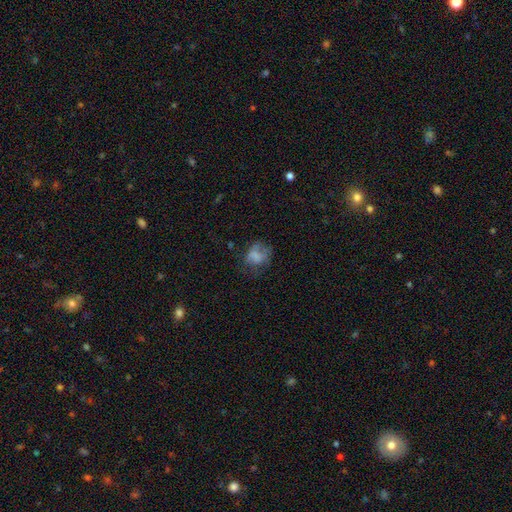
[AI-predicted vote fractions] Morphology: type=smooth (63%); roundness=in between (51%); merging=none (42%).